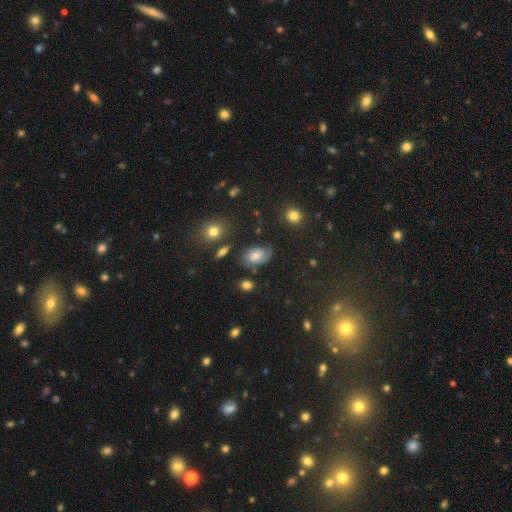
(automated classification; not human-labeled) Q: Smooth or featured?
A: smooth (54%); runner-up: featured or disk (34%)
Q: How rounded?
A: in between (82%); runner-up: round (16%)
Q: Merging?
A: none (58%); runner-up: minor disturbance (27%)